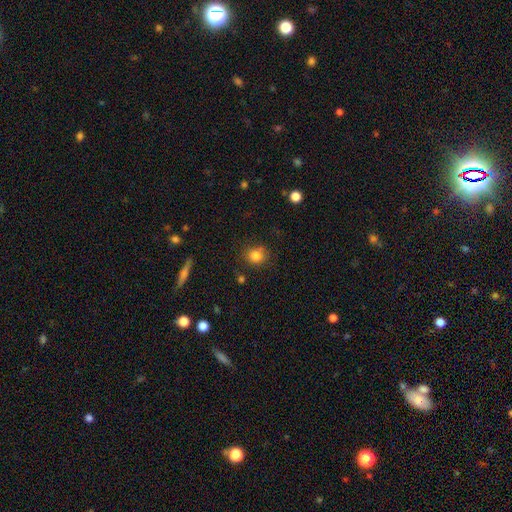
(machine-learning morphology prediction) Smooth or featured: smooth — 83% (star or artifact — 11%)
How rounded: round — 80% (in between — 19%)
Merging: none — 77% (minor disturbance — 15%)